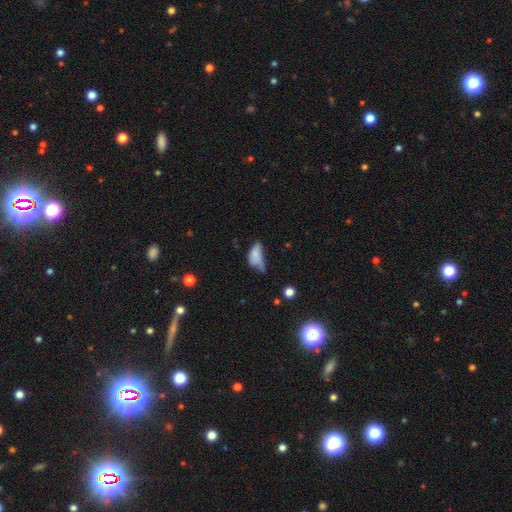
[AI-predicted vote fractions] Smooth or featured?
  - smooth: 72% *
  - featured or disk: 18%
  - star or artifact: 11%
How rounded?
  - in between: 87% *
  - cigar-shaped: 8%
  - round: 5%
Merging?
  - minor disturbance: 34% *
  - major disturbance: 30%
  - none: 23%
  - merger: 12%